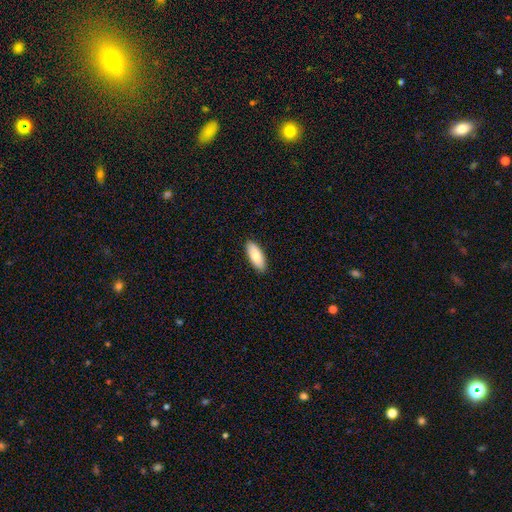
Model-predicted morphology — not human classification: Smooth or featured? Predicted: smooth (p=0.82). How rounded? Predicted: in between (p=0.83). Merging? Predicted: none (p=0.90).